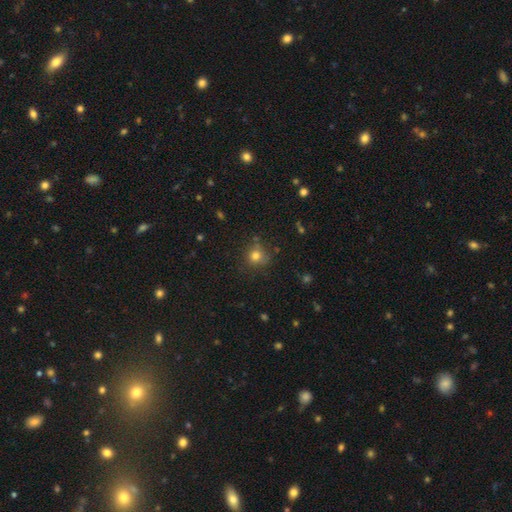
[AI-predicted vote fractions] Overall: smooth (77%). How rounded: round (87%). Merging: none (74%).